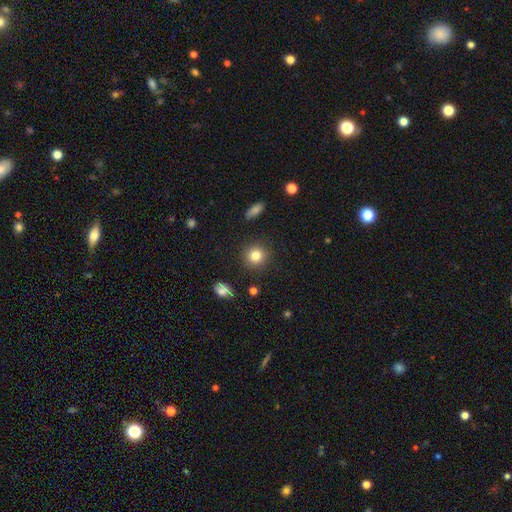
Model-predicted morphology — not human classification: Smooth or featured: smooth — 82% (star or artifact — 11%)
How rounded: round — 90% (in between — 9%)
Merging: none — 89% (minor disturbance — 7%)